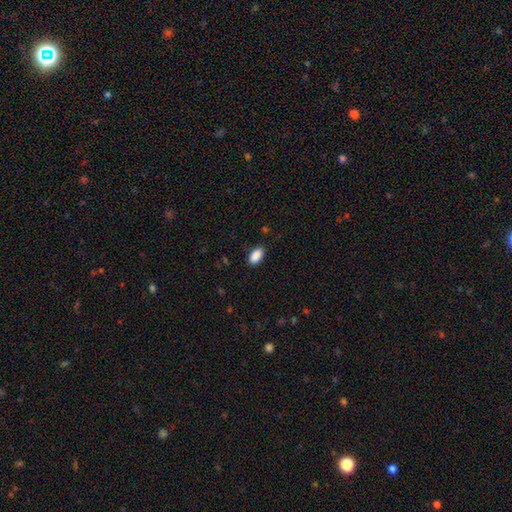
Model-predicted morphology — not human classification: Smooth or featured? Predicted: smooth (p=0.90). How rounded? Predicted: in between (p=0.93). Merging? Predicted: none (p=0.86).